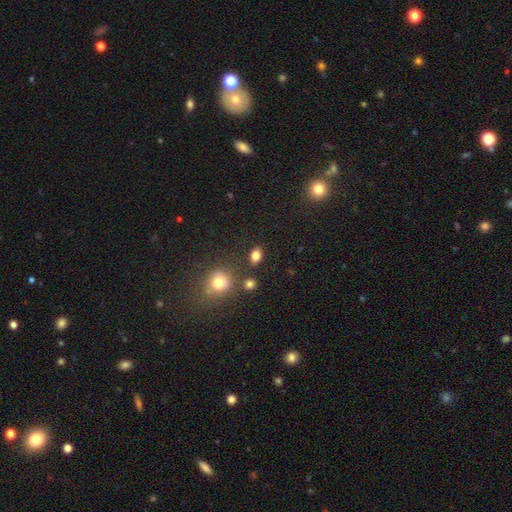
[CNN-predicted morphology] Smooth or featured?
  - smooth: 81% *
  - star or artifact: 12%
  - featured or disk: 6%
How rounded?
  - in between: 72% *
  - round: 26%
  - cigar-shaped: 2%
Merging?
  - none: 81% *
  - minor disturbance: 11%
  - merger: 5%
  - major disturbance: 3%